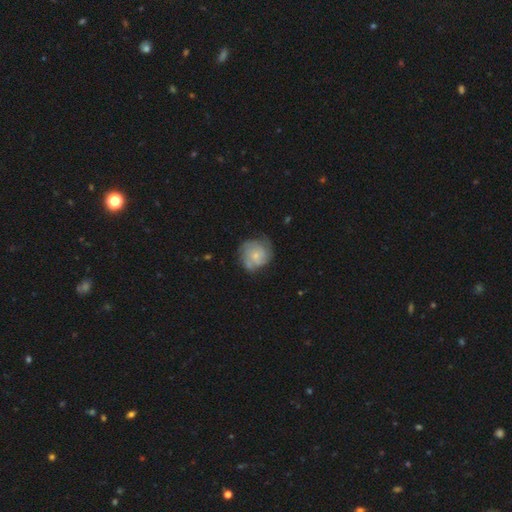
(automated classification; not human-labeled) Smooth or featured: featured or disk — 56% (smooth — 37%)
Edge-on disk: no — 98% (yes — 2%)
Bar: no — 79% (weak — 19%)
Spiral arms: yes — 80% (no — 20%)
Bulge size: small — 64% (moderate — 27%)
Merging: none — 59% (minor disturbance — 27%)